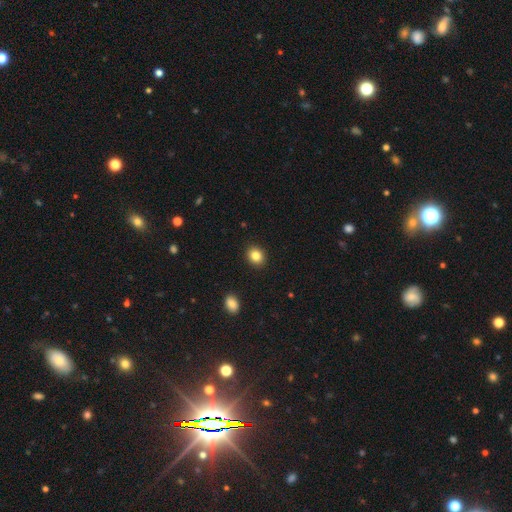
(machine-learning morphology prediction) Overall: smooth (84%). How rounded: round (63%; in between 36%). Merging: none (91%).